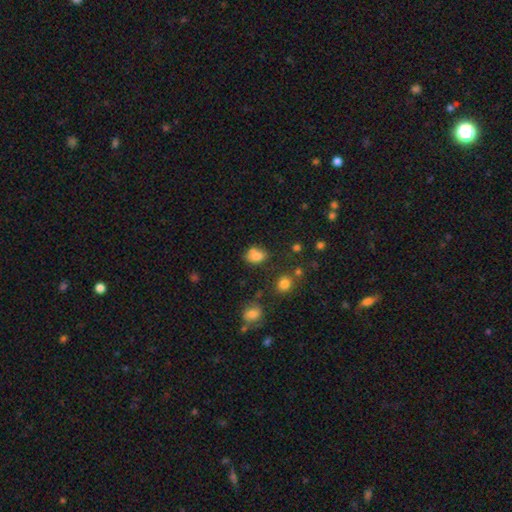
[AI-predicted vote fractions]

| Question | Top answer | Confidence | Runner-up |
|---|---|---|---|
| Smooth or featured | smooth | 77% | star or artifact (12%) |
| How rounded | in between | 65% | round (34%) |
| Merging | none | 47% | merger (24%) |